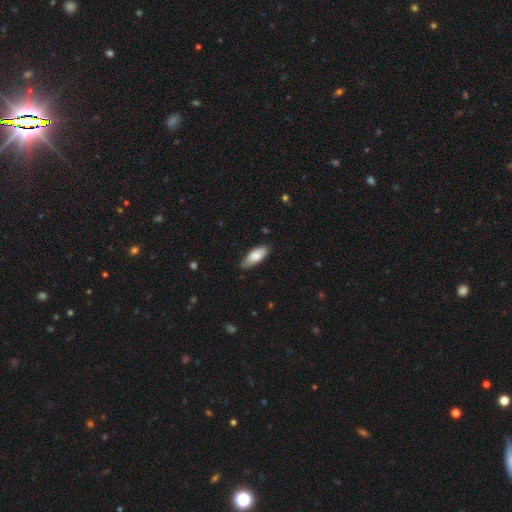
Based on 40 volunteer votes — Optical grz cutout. It shows a smooth galaxy with no disk features (85%) that is in between round and cigar-shaped (85%). Merging: none (79%).